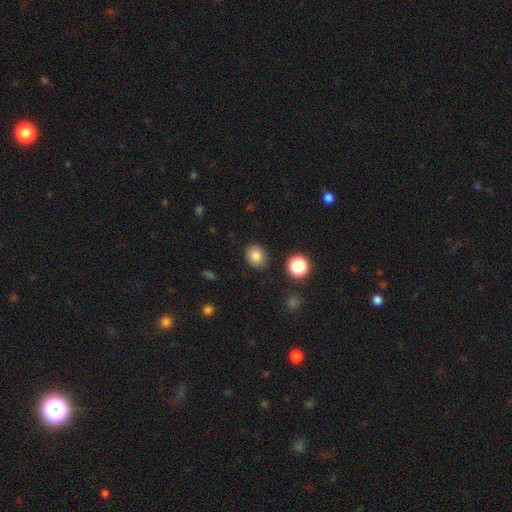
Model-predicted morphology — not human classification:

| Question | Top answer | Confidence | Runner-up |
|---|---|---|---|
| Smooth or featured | smooth | 83% | star or artifact (11%) |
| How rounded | round | 62% | in between (37%) |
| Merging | none | 88% | minor disturbance (8%) |